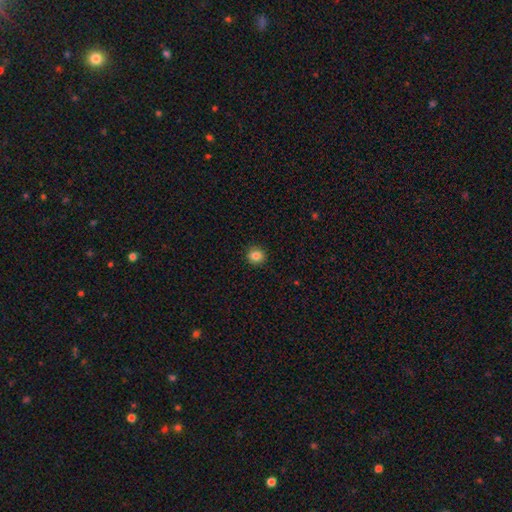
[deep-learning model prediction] Q: Smooth or featured?
A: smooth (85%); runner-up: star or artifact (11%)
Q: How rounded?
A: round (91%); runner-up: in between (8%)
Q: Merging?
A: none (92%); runner-up: minor disturbance (5%)